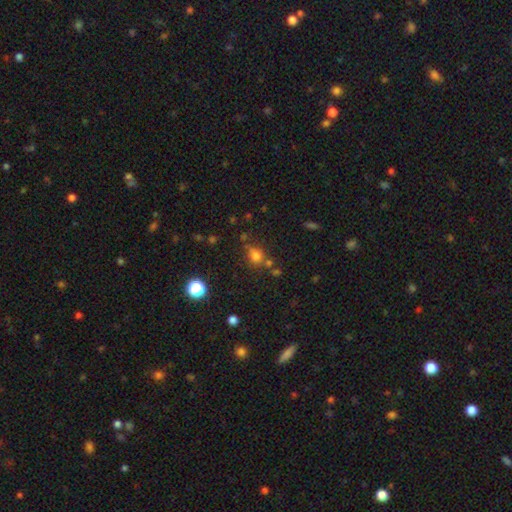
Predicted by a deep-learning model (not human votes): smooth_or_featured: smooth (p=0.73) [alt: star or artifact p=0.19]
how_rounded: round (p=0.75) [alt: in between p=0.23]
merging: none (p=0.62) [alt: merger p=0.15]